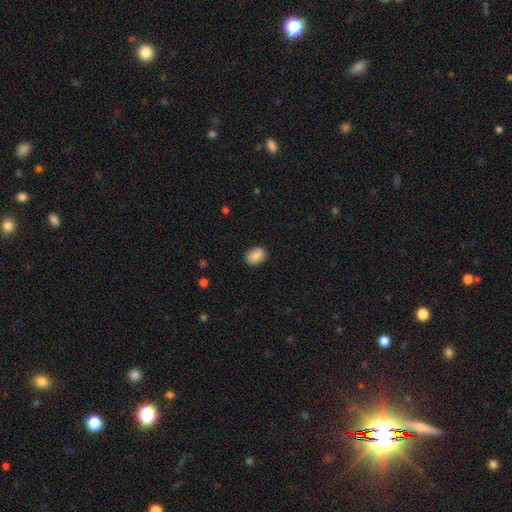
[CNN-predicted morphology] Q: Smooth or featured?
A: smooth (88%); runner-up: star or artifact (7%)
Q: How rounded?
A: in between (75%); runner-up: round (24%)
Q: Merging?
A: none (87%); runner-up: minor disturbance (9%)